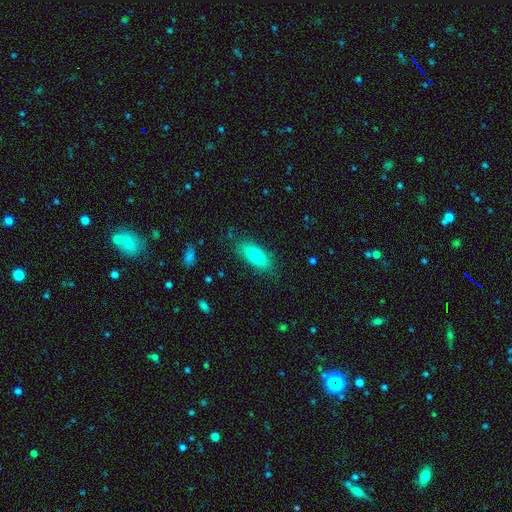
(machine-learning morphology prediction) A smooth galaxy with no disk features (76%) that is in between round and cigar-shaped (74%).

Vote fractions:
- Smooth or featured? smooth: 76% / featured or disk: 17% / star or artifact: 7%
- How rounded? in between: 74% / cigar-shaped: 23% / round: 3%
- Merging? none: 82% / minor disturbance: 13% / major disturbance: 3% / merger: 2%